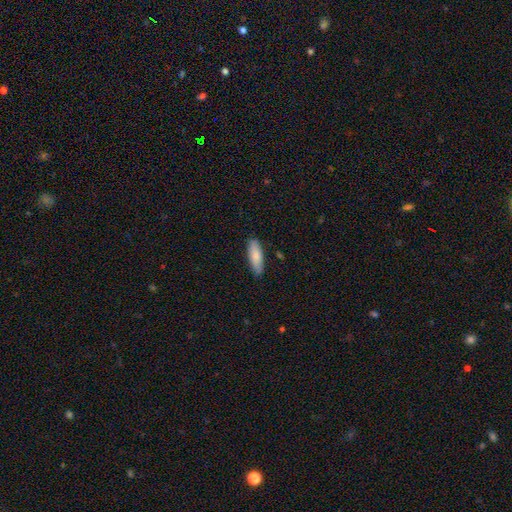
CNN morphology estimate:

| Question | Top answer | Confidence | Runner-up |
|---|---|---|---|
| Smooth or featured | smooth | 84% | featured or disk (10%) |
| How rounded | in between | 52% | cigar-shaped (46%) |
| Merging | none | 86% | minor disturbance (11%) |